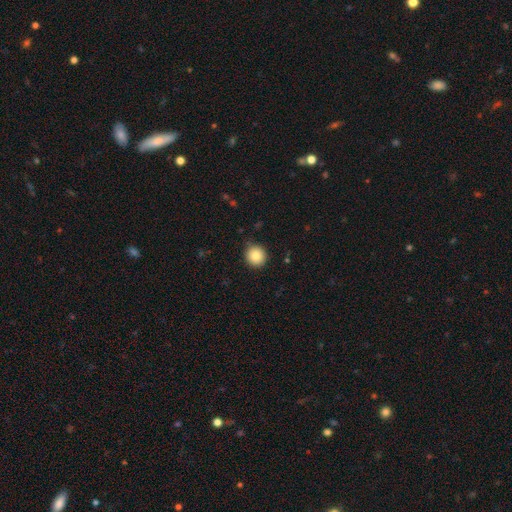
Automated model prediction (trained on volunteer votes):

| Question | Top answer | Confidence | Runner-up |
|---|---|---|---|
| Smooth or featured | smooth | 85% | star or artifact (9%) |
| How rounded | round | 92% | in between (7%) |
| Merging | none | 87% | minor disturbance (9%) |